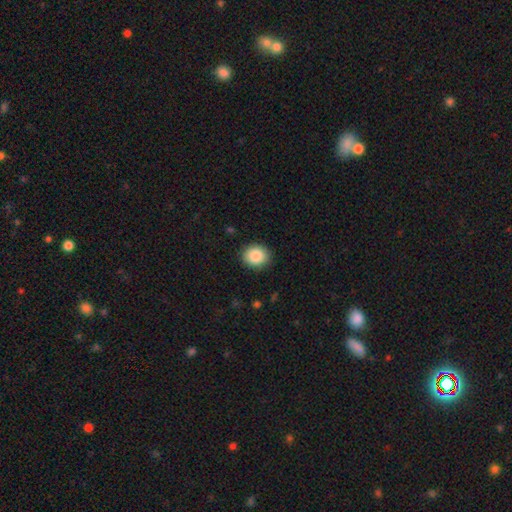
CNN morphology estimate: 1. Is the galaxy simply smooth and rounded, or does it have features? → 87% smooth, 8% star or artifact, 5% featured or disk.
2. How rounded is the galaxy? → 67% round, 32% in between, 1% cigar-shaped.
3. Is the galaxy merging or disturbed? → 89% none, 8% minor disturbance, 2% major disturbance, 1% merger.